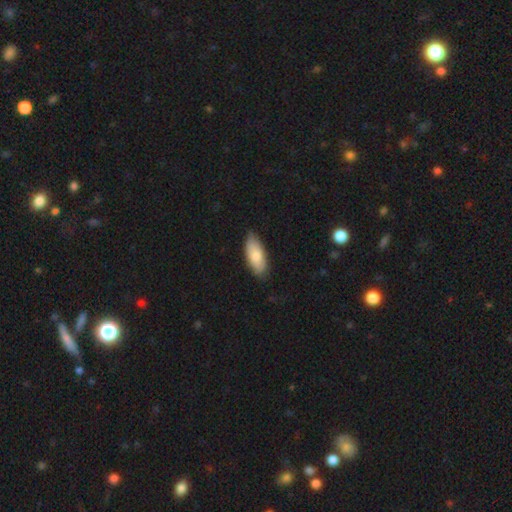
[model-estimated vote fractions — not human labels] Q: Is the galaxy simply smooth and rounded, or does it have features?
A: smooth — 80%.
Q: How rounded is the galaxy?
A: in between — 84%.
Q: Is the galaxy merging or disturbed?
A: none — 78%.